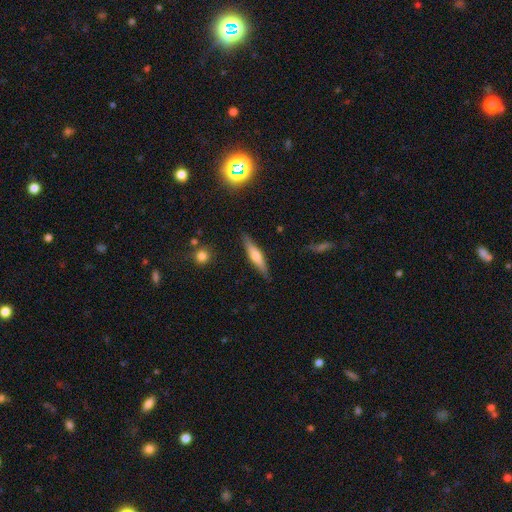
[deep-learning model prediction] A smooth galaxy with no disk features (49%).

Vote fractions:
- Smooth or featured? smooth: 49% / featured or disk: 45% / star or artifact: 6%
- Merging? none: 87% / minor disturbance: 9% / major disturbance: 2% / merger: 1%